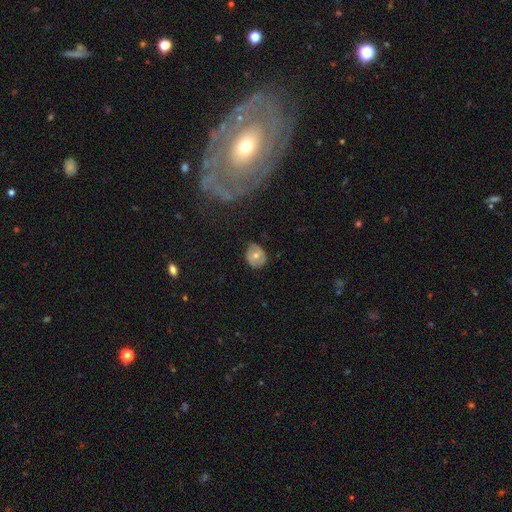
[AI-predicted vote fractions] Smooth or featured? Predicted: smooth (p=0.58). How rounded? Predicted: round (p=0.66). Merging? Predicted: none (p=0.66).